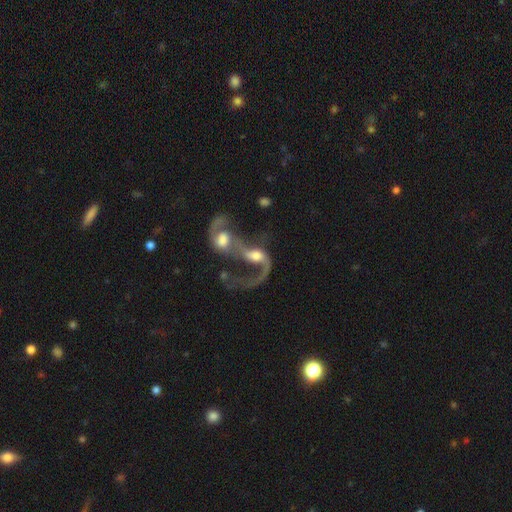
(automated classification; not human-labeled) smooth-or-featured: featured or disk: 73% | smooth: 18% | star or artifact: 8%
  disk-edge-on: no: 95% | yes: 5%
    bar: no: 51% | weak: 35% | strong: 14%
    has-spiral-arms: yes: 84% | no: 16%
      spiral-winding: loose: 75% | medium: 19% | tight: 6%
      spiral-arm-count: 1: 48% | 2: 40% | can't tell: 8% | 3: 2% | 4: 1% | more than 4: 1%
    bulge-size: moderate: 53% | large: 23% | small: 15% | none: 7% | dominant: 3%
  merging: merger: 81% | major disturbance: 10% | none: 6% | minor disturbance: 3%